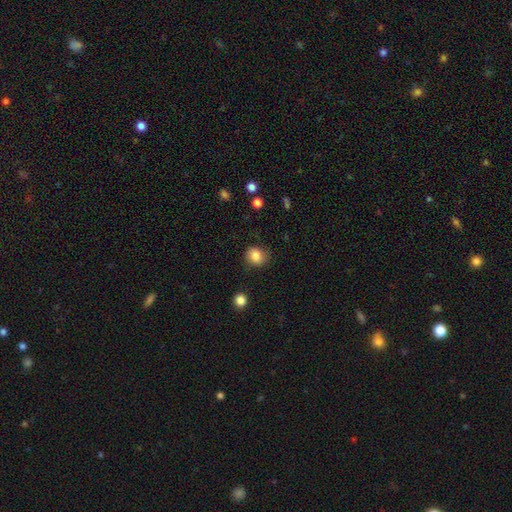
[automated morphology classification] A smooth galaxy with no disk features (83%) that is round (75%).

Vote fractions:
- Smooth or featured? smooth: 83% / star or artifact: 10% / featured or disk: 7%
- How rounded? round: 75% / in between: 24% / cigar-shaped: 1%
- Merging? none: 82% / minor disturbance: 13% / major disturbance: 4% / merger: 1%